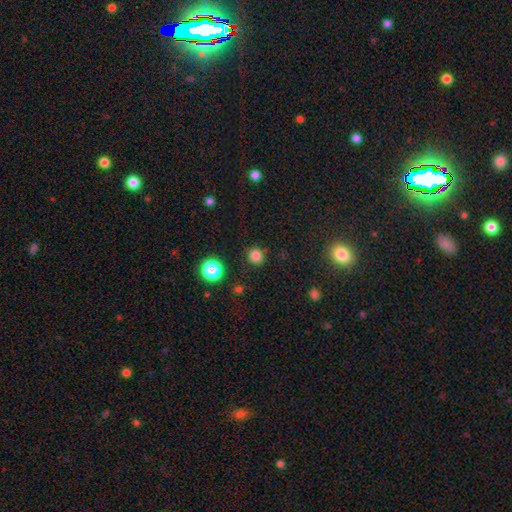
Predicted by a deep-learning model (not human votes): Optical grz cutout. It shows a smooth galaxy with no disk features (80%) that is round (91%). Merging: none (88%).